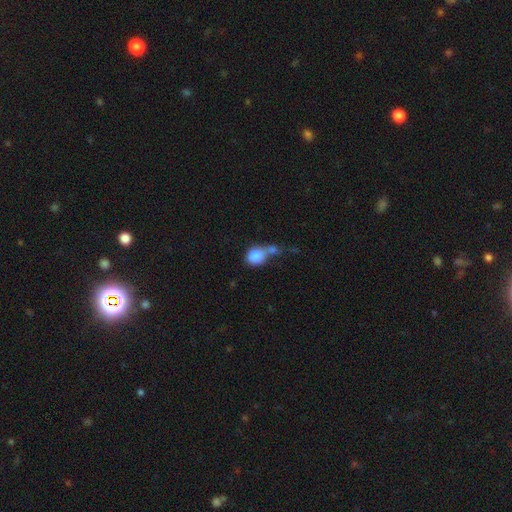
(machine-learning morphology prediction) Smooth or featured?
  - smooth: 81% *
  - featured or disk: 10%
  - star or artifact: 9%
How rounded?
  - round: 68% *
  - in between: 31%
  - cigar-shaped: 2%
Merging?
  - merger: 48% *
  - none: 27%
  - minor disturbance: 14%
  - major disturbance: 11%